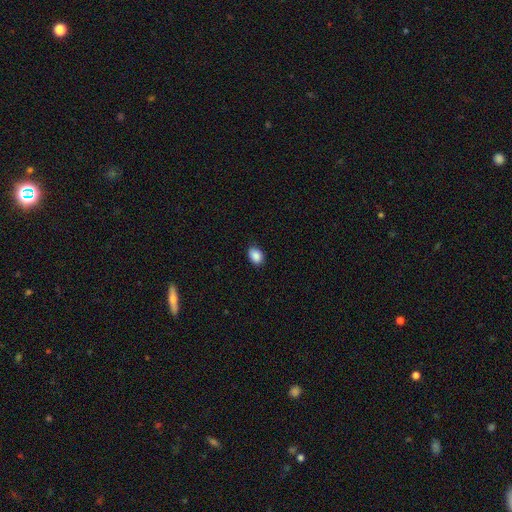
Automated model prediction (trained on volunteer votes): Smooth or featured: smooth — 89% (star or artifact — 8%)
How rounded: in between — 71% (round — 28%)
Merging: none — 85% (minor disturbance — 12%)